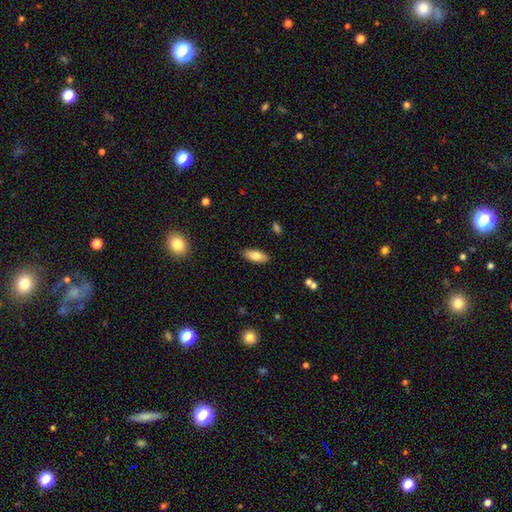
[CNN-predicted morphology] Overall: smooth (79%). How rounded: in between (82%). Merging: none (88%).